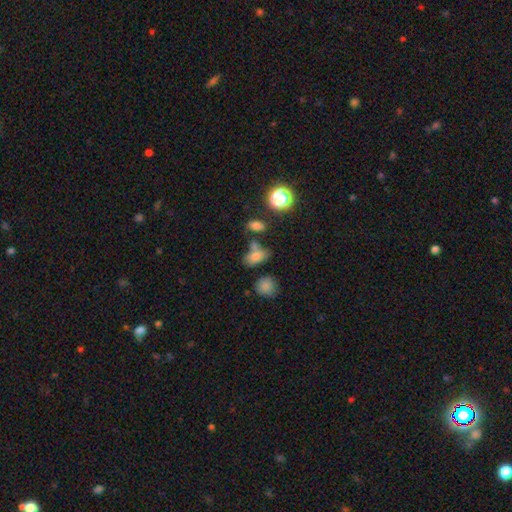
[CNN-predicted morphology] type=smooth (72%); roundness=in between (81%); merging=none (49%).